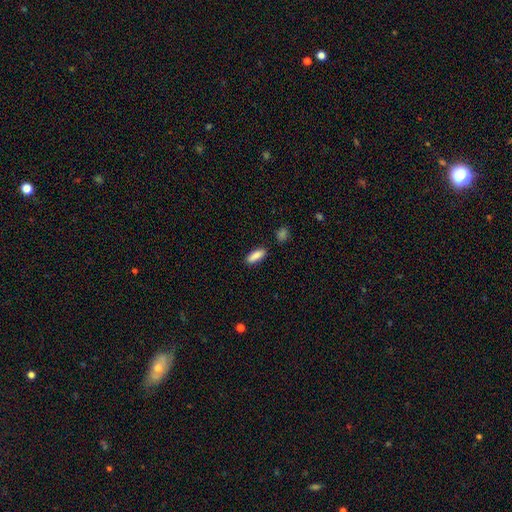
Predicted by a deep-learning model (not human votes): Overall: smooth (87%). How rounded: in between (70%). Merging: none (86%).